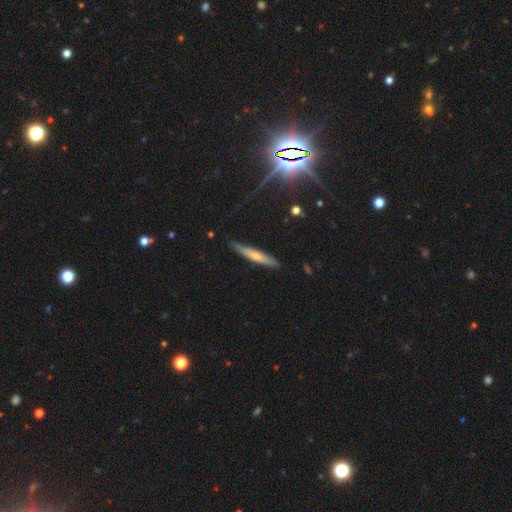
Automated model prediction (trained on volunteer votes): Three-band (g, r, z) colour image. It shows a smooth galaxy with no disk features (56%) that is cigar-shaped (93%). Merging: none (82%).